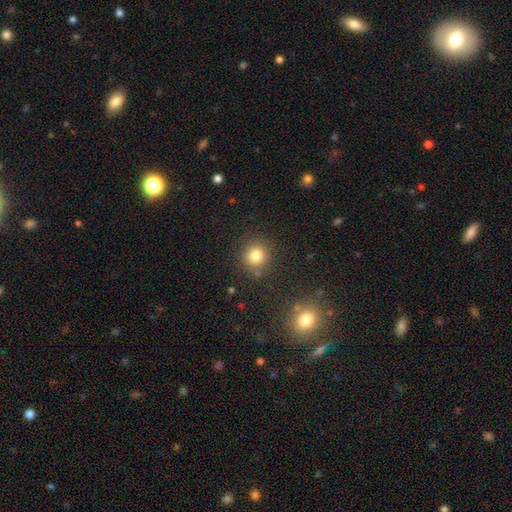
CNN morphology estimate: Smooth or featured?
  - smooth: 80% *
  - star or artifact: 13%
  - featured or disk: 6%
How rounded?
  - round: 89% *
  - in between: 10%
  - cigar-shaped: 1%
Merging?
  - none: 82% *
  - minor disturbance: 10%
  - merger: 4%
  - major disturbance: 4%